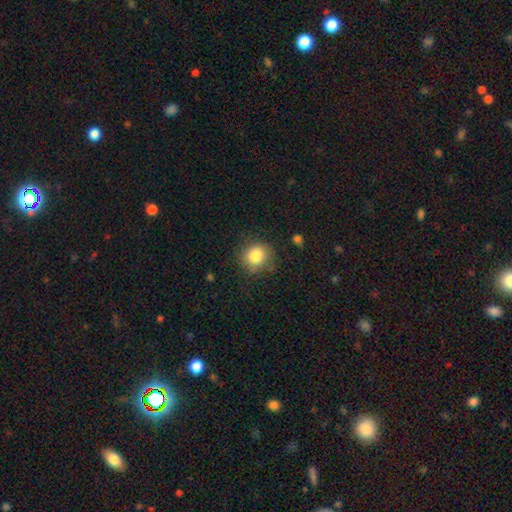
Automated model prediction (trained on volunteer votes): The model was most divided on "merging": none: 75%, minor disturbance: 17%, major disturbance: 5%, merger: 2%. More confident: how rounded — round (85%); smooth or featured — smooth (83%).